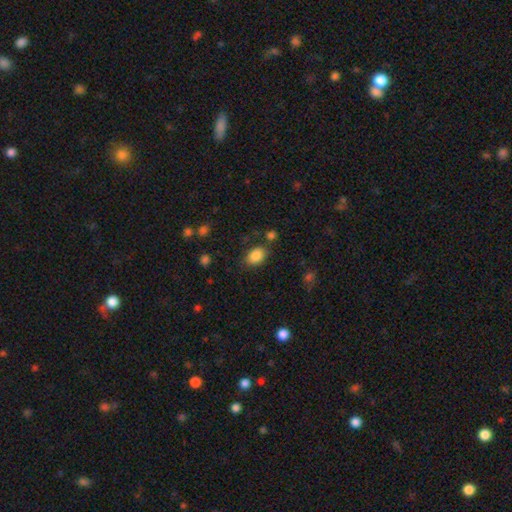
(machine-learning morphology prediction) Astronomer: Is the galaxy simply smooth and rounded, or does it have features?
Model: smooth — 86%.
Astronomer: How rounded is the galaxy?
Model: in between — 79%.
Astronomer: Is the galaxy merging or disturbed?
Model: none — 76%.